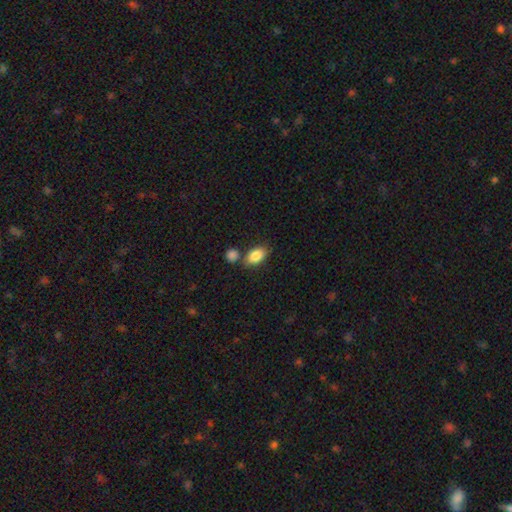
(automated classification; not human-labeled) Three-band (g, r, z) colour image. It shows a smooth galaxy with no disk features (86%) that is in between round and cigar-shaped (90%). Merging: none (66%).